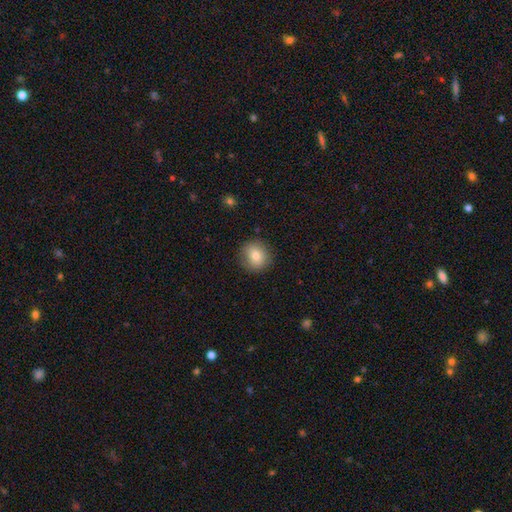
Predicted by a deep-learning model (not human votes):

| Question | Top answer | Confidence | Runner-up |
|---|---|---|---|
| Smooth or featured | smooth | 81% | featured or disk (10%) |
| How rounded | round | 87% | in between (12%) |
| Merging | none | 87% | minor disturbance (9%) |